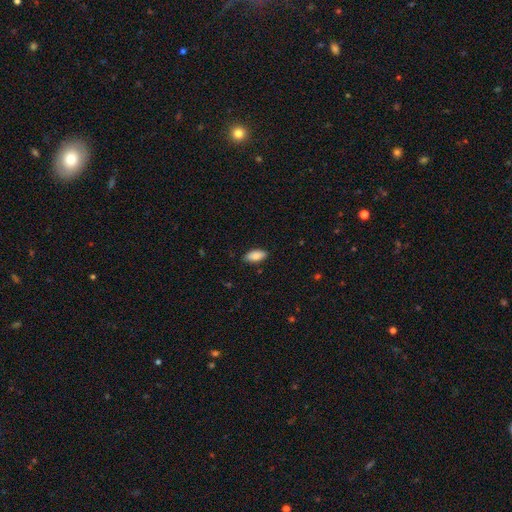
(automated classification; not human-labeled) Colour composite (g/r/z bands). It shows a smooth galaxy with no disk features (87%) that is in between round and cigar-shaped (89%). Merging: none (85%).